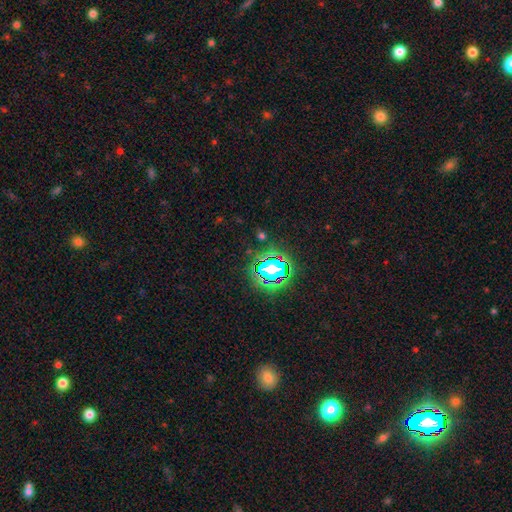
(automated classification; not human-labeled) Morphology: type=star or artifact (79%).